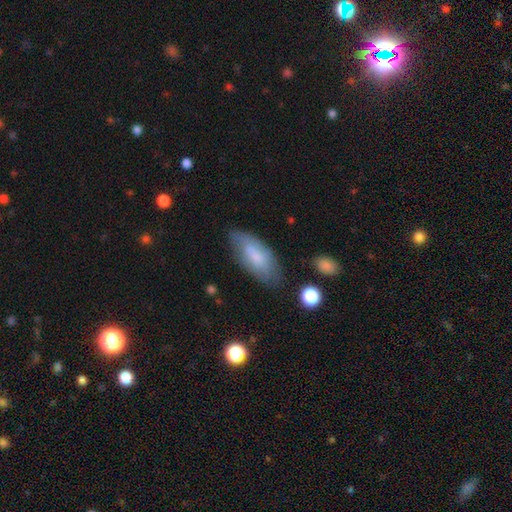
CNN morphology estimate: type=smooth (71%); roundness=in between (84%); merging=none (69%).